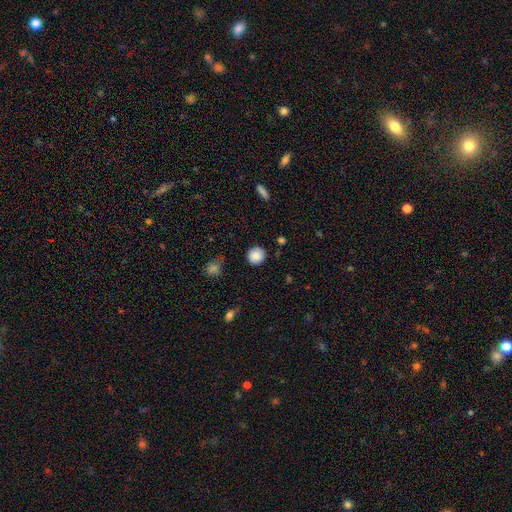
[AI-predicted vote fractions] A smooth galaxy with no disk features (87%) that is round (91%). Merging: none (89%).